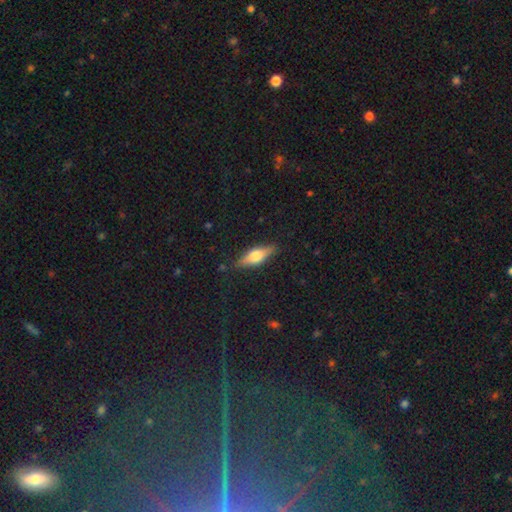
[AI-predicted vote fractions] Morphology: type=smooth (47%); merging=none (85%).